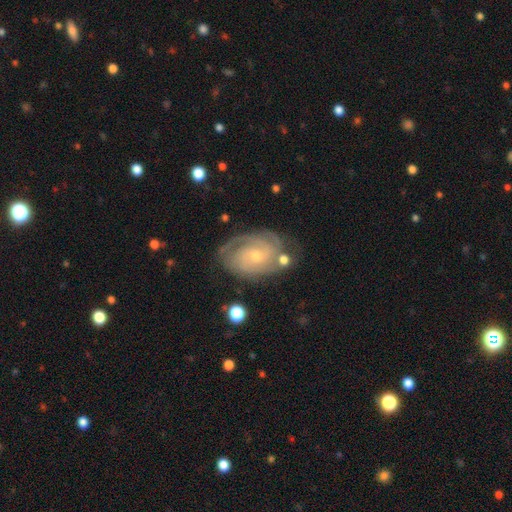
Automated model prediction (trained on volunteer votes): Morphology: type=featured or disk (85%); edge-on=no (97%); bar=no (70%); spiral arms=yes (96%); winding=tight (68%); arm count=2 (32%); bulge=small (68%); merging=none (69%).